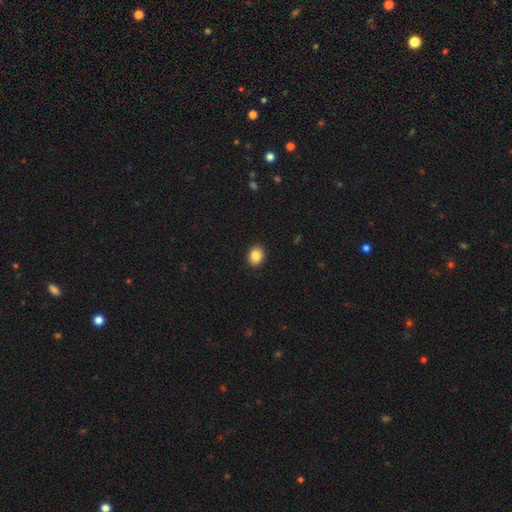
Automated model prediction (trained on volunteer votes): Q: Smooth or featured?
A: smooth (86%); runner-up: star or artifact (9%)
Q: How rounded?
A: round (50%); runner-up: in between (49%)
Q: Merging?
A: none (91%); runner-up: minor disturbance (6%)